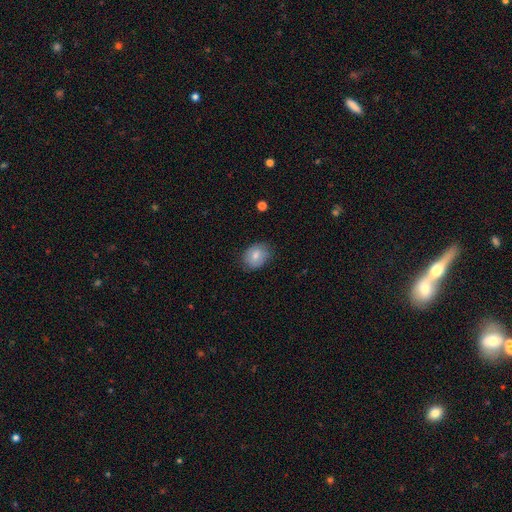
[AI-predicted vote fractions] This is likely a smooth galaxy (79%). How rounded: likely in between (62%). Merging: likely none (78%).